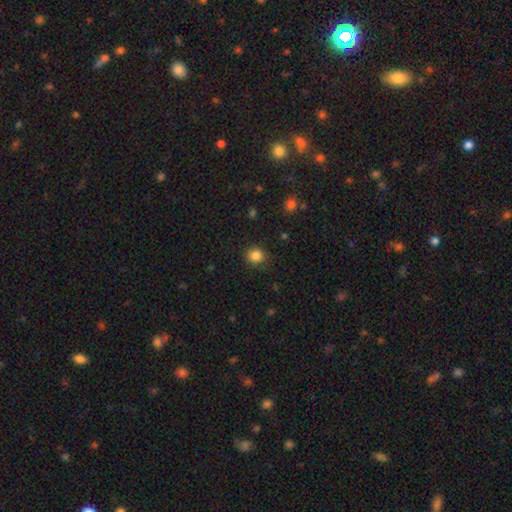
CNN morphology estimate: Smooth or featured: smooth — 85% (star or artifact — 11%)
How rounded: round — 86% (in between — 13%)
Merging: none — 86% (minor disturbance — 10%)